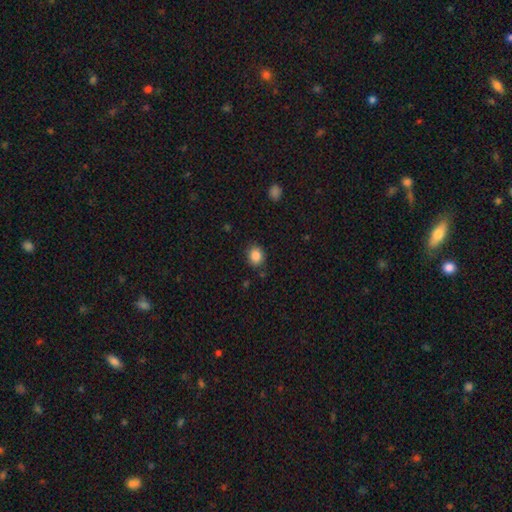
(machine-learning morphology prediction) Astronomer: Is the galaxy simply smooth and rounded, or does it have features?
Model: smooth — 86%.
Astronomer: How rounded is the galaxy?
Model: round — 58% (runner-up: in between, 41%).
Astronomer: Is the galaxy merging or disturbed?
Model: none — 83%.